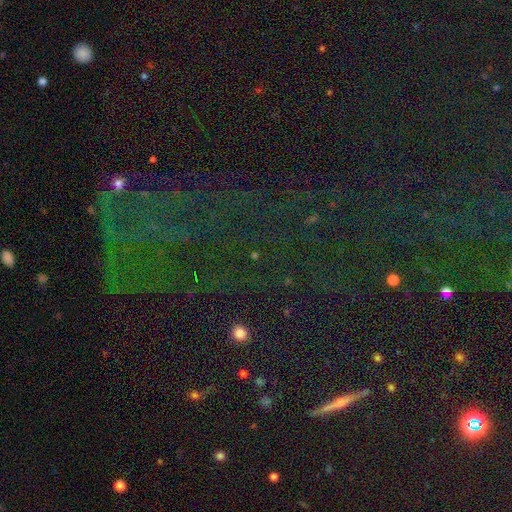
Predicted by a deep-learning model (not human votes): Smooth or featured: star or artifact — 75% (featured or disk — 13%)